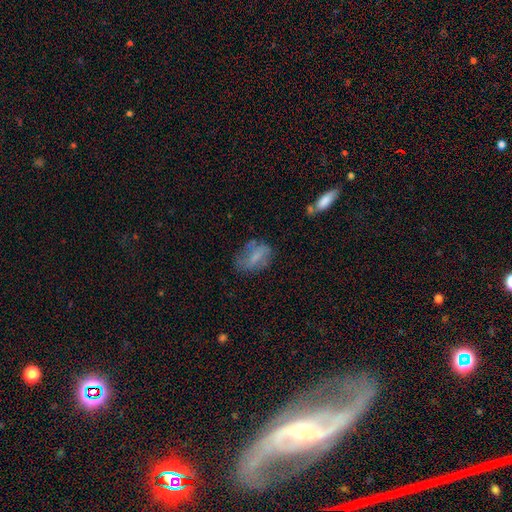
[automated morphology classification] Smooth or featured? smooth (57%)
How rounded? in between (83%)
Merging? none (53%)